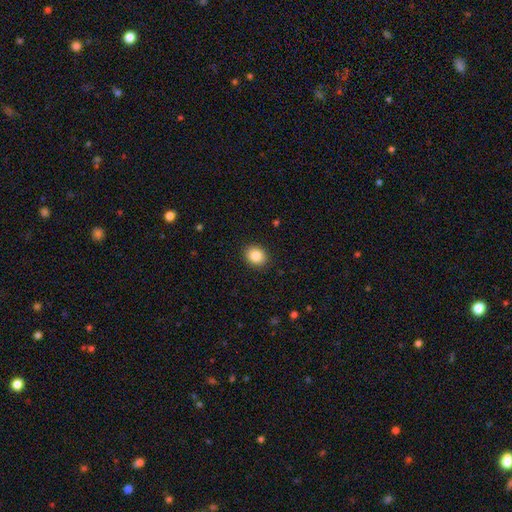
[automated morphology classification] Smooth or featured?
  - smooth: 86% *
  - star or artifact: 9%
  - featured or disk: 5%
How rounded?
  - round: 62% *
  - in between: 38%
  - cigar-shaped: 1%
Merging?
  - none: 90% *
  - minor disturbance: 7%
  - major disturbance: 2%
  - merger: 1%